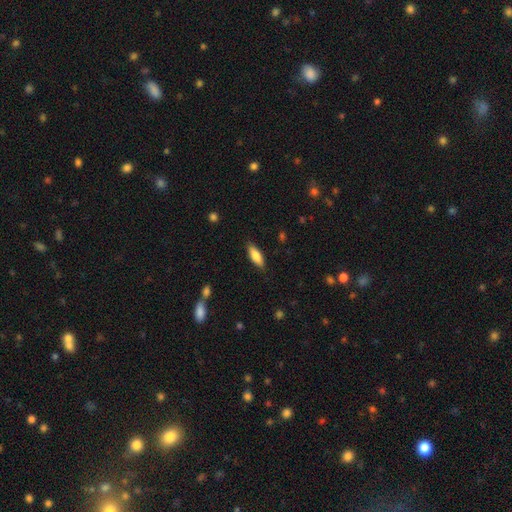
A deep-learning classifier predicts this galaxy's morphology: This is likely a smooth galaxy (79%). How rounded: likely in between (63%). Merging: clearly none (86%).